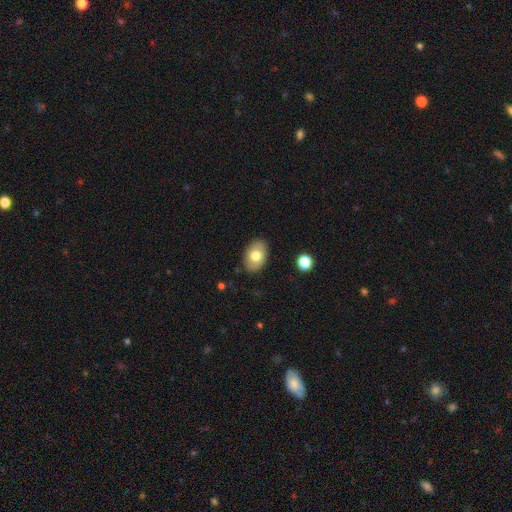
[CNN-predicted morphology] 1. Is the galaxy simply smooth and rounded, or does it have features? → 74% smooth, 18% featured or disk, 7% star or artifact.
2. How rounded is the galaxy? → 84% in between, 15% round, 1% cigar-shaped.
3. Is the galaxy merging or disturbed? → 86% none, 10% minor disturbance, 2% major disturbance, 1% merger.